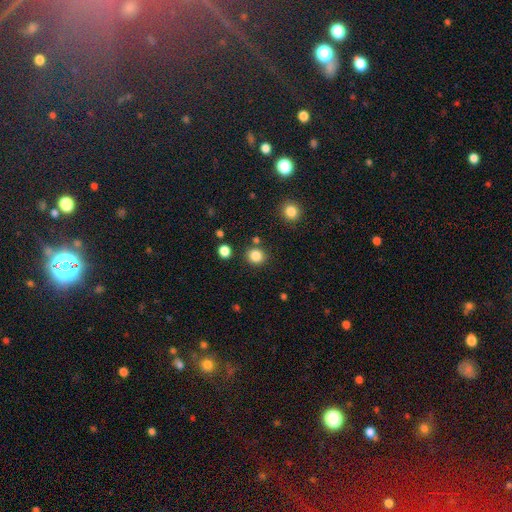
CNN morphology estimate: Smooth or featured? smooth (84%)
How rounded? round (86%)
Merging? none (84%)